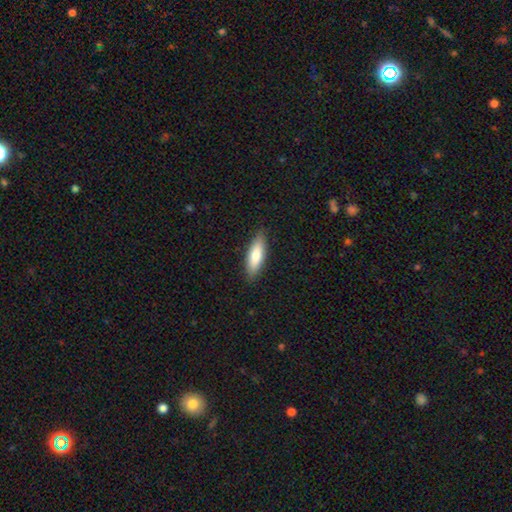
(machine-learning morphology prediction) This is likely a smooth galaxy (77%). How rounded: possibly in between (52%). Merging: clearly none (87%).